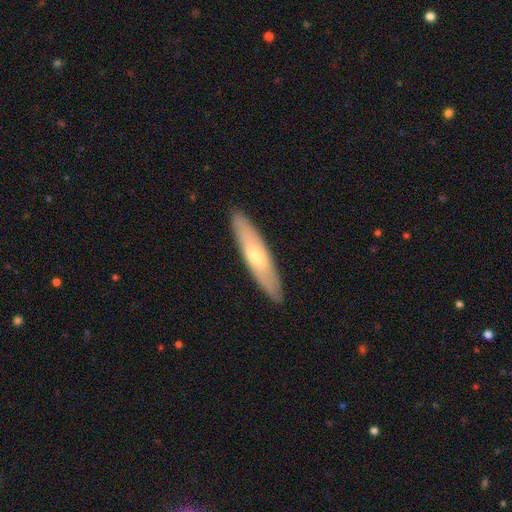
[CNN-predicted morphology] Smooth or featured? Predicted: smooth (p=0.54). How rounded? Predicted: cigar-shaped (p=0.76). Merging? Predicted: none (p=0.89).